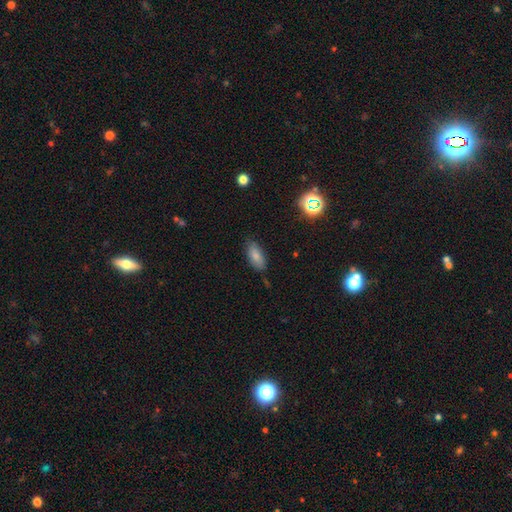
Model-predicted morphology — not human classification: This is likely a smooth galaxy (80%). How rounded: clearly in between (86%). Merging: clearly none (80%).